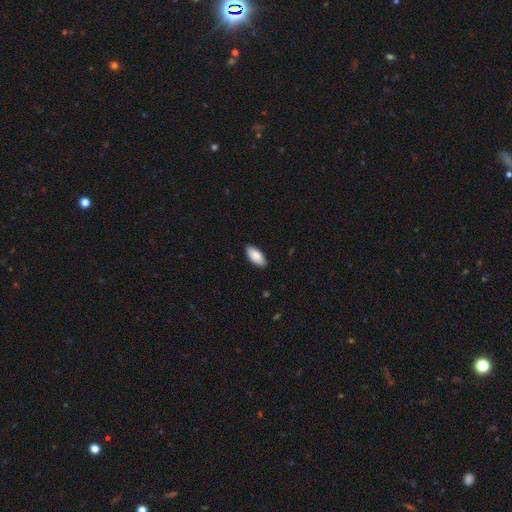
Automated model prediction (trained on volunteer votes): smooth-or-featured: smooth: 88% | featured or disk: 6% | star or artifact: 6%
  how-rounded: in between: 92% | cigar-shaped: 6% | round: 2%
  merging: none: 89% | minor disturbance: 9% | major disturbance: 2% | merger: 1%